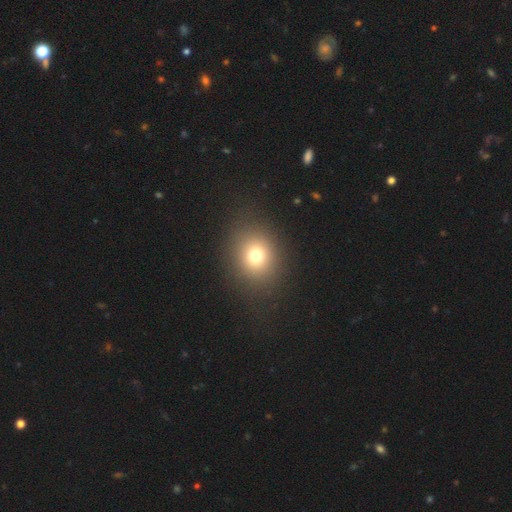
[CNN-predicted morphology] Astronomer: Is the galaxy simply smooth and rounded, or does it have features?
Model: smooth — 74%.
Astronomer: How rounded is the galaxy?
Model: round — 70%.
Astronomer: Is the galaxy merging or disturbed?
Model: none — 87%.